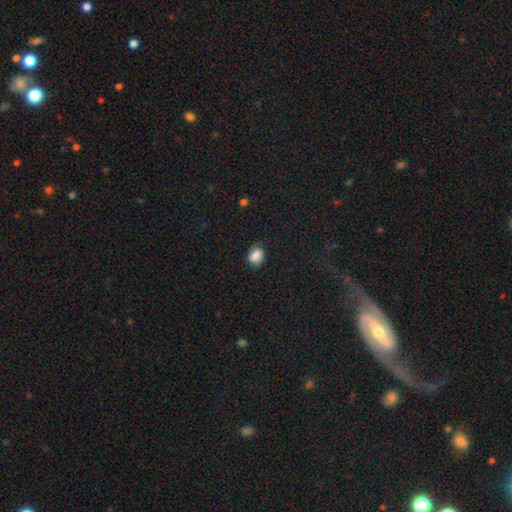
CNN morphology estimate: Smooth or featured?
  - smooth: 81% *
  - featured or disk: 10%
  - star or artifact: 9%
How rounded?
  - in between: 64% *
  - round: 35%
  - cigar-shaped: 1%
Merging?
  - none: 77% *
  - minor disturbance: 18%
  - major disturbance: 4%
  - merger: 1%